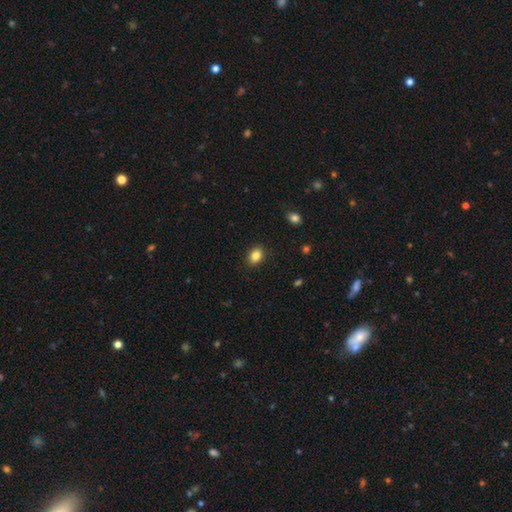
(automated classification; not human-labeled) Smooth or featured? Predicted: smooth (p=0.85). How rounded? Predicted: in between (p=0.68). Merging? Predicted: none (p=0.87).